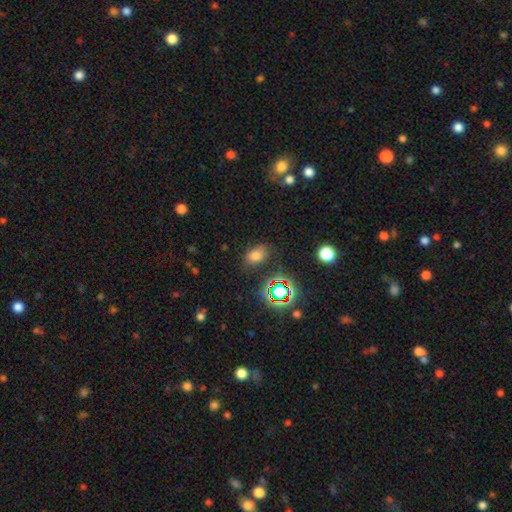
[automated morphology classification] Smooth or featured: smooth — 68% (star or artifact — 23%)
How rounded: in between — 80% (round — 19%)
Merging: none — 79% (minor disturbance — 14%)